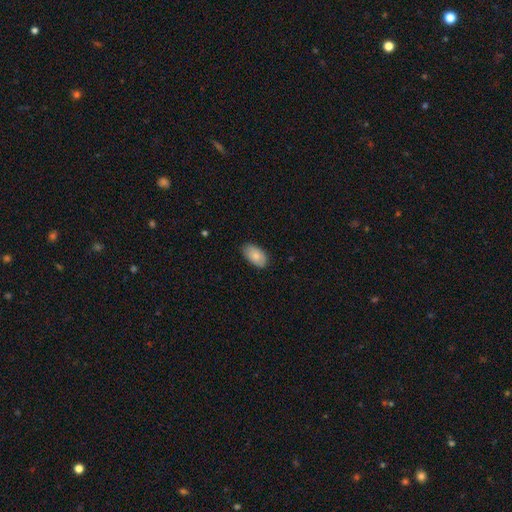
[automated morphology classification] smooth 83%, featured or disk 11%, star or artifact 6%. Down the decision tree: how rounded — in between (94%); merging — none (83%).